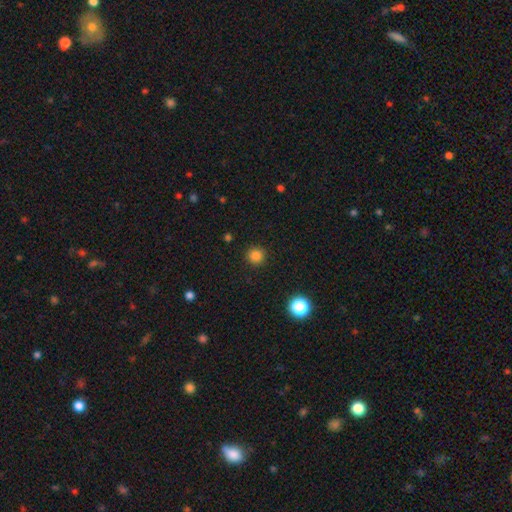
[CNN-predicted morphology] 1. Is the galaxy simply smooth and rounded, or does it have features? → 83% smooth, 13% star or artifact, 4% featured or disk.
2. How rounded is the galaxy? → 94% round, 5% in between, 1% cigar-shaped.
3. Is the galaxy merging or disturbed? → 91% none, 6% minor disturbance, 2% major disturbance, 1% merger.